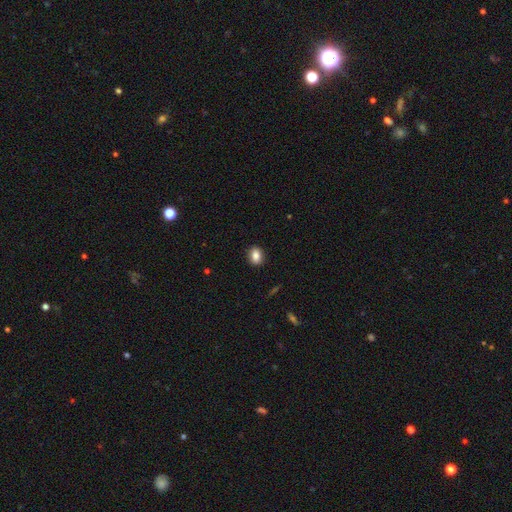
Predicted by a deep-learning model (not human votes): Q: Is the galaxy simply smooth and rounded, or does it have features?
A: smooth — 84%.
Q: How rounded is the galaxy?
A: in between — 60%.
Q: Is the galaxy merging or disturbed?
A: none — 89%.